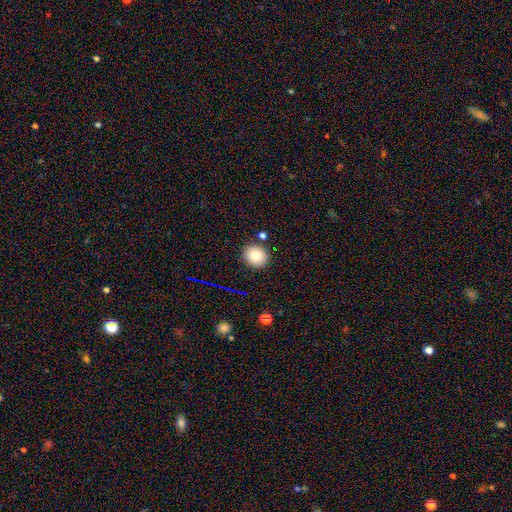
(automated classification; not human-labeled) This is clearly a smooth galaxy (80%). How rounded: clearly round (81%). Merging: clearly none (87%).